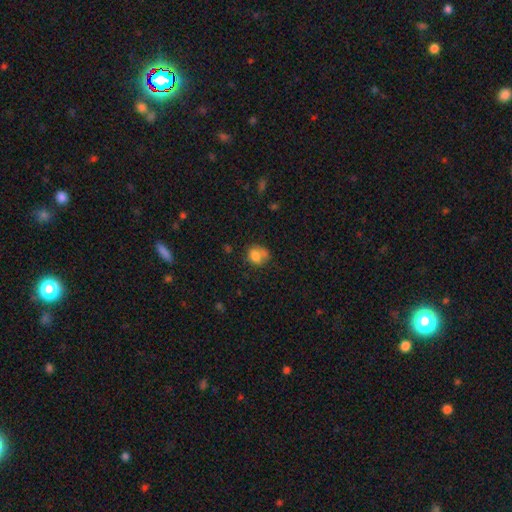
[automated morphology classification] A smooth galaxy with no disk features (77%) that is round (59%).

Vote fractions:
- Smooth or featured? smooth: 77% / featured or disk: 13% / star or artifact: 11%
- How rounded? round: 59% / in between: 40% / cigar-shaped: 1%
- Merging? none: 44% / merger: 27% / minor disturbance: 20% / major disturbance: 9%